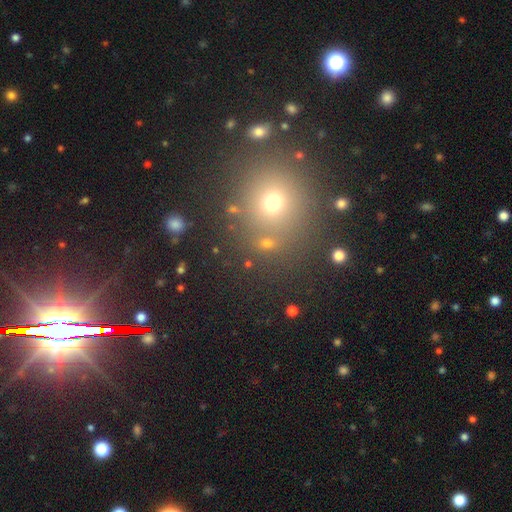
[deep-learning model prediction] Smooth or featured?
  - smooth: 50% *
  - star or artifact: 40%
  - featured or disk: 10%
Merging?
  - none: 83% *
  - minor disturbance: 8%
  - merger: 6%
  - major disturbance: 4%